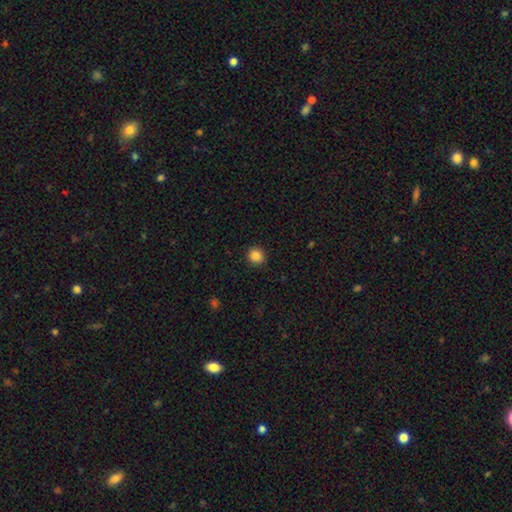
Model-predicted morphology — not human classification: Overall: smooth (87%). How rounded: round (88%). Merging: none (92%).